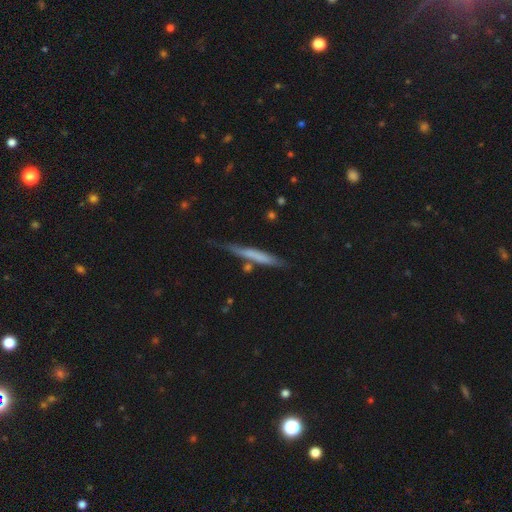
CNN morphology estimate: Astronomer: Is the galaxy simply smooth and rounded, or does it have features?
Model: smooth — 56% (runner-up: featured or disk, 38%).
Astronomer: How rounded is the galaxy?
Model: cigar-shaped — 95%.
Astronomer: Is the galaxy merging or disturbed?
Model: none — 68%.